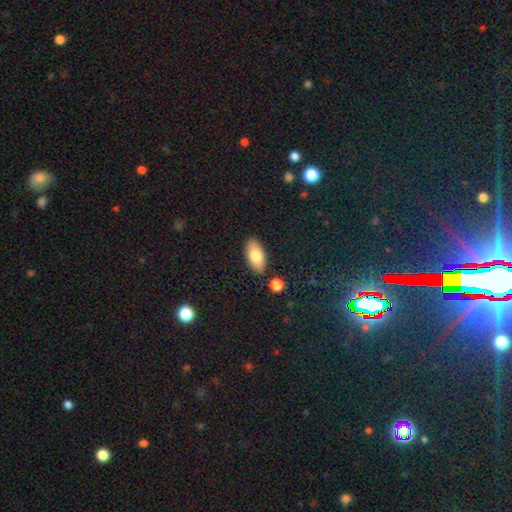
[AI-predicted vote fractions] Morphology: type=smooth (77%); roundness=in between (91%); merging=none (86%).